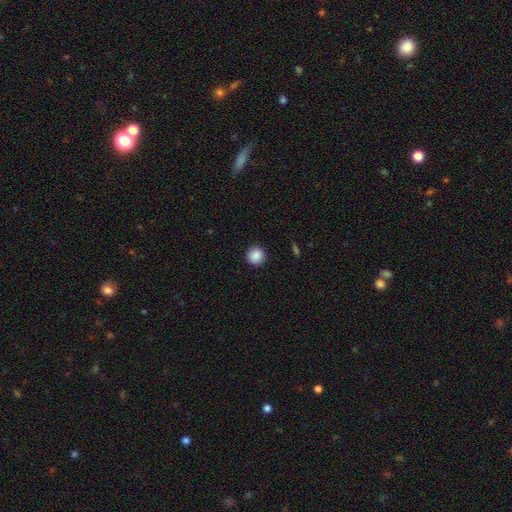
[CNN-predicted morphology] type=smooth (89%); roundness=round (94%); merging=none (92%).